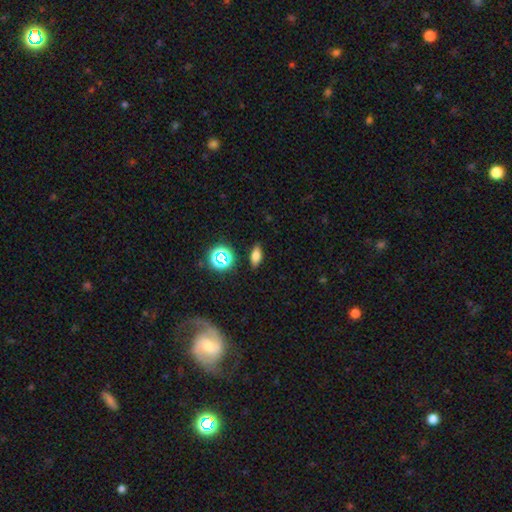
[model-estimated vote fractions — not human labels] A smooth galaxy with no disk features (71%) that is in between round and cigar-shaped (76%). Merging: none (87%).